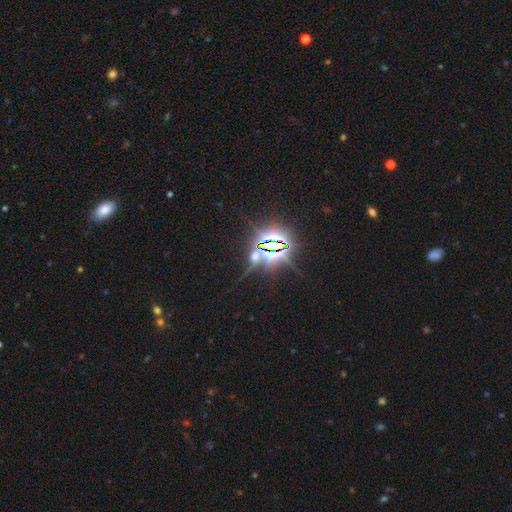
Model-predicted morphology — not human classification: Smooth or featured?
  - star or artifact: 76% *
  - featured or disk: 13%
  - smooth: 11%